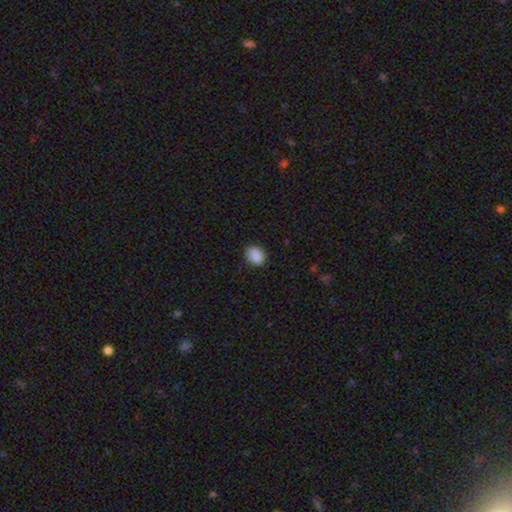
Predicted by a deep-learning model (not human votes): Smooth or featured? Predicted: smooth (p=0.88). How rounded? Predicted: in between (p=0.64). Merging? Predicted: none (p=0.81).